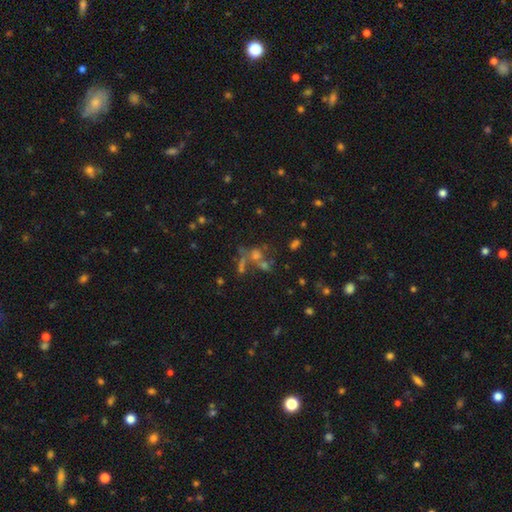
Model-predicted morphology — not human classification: type=star or artifact (42%).